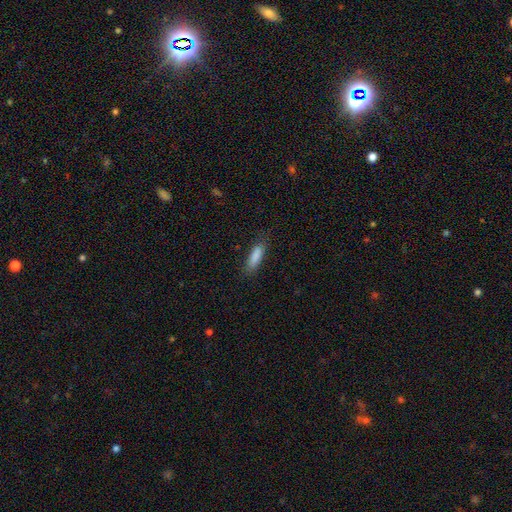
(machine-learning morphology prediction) Smooth or featured?
  - smooth: 86% *
  - featured or disk: 8%
  - star or artifact: 7%
How rounded?
  - cigar-shaped: 54% *
  - in between: 44%
  - round: 2%
Merging?
  - none: 77% *
  - minor disturbance: 17%
  - major disturbance: 5%
  - merger: 1%